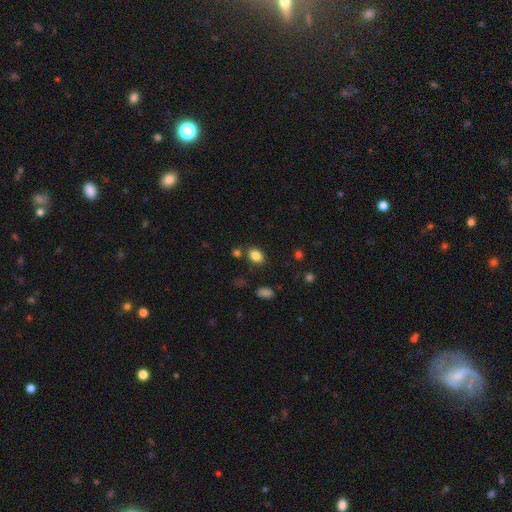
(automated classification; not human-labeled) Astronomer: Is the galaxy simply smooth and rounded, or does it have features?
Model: smooth — 84%.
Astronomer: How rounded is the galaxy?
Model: in between — 69%.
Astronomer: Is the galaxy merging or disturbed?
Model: none — 79%.